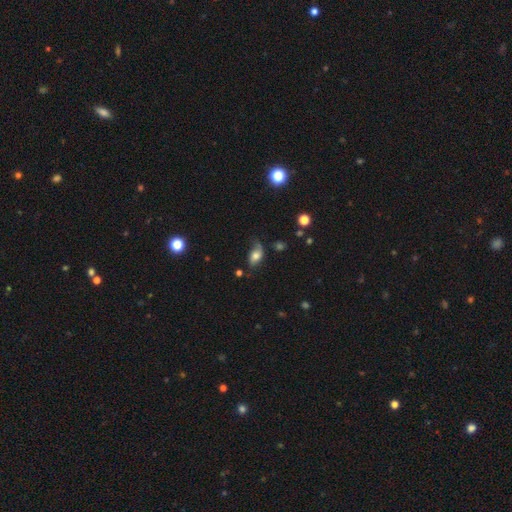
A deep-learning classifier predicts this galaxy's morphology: smooth_or_featured: smooth (p=0.64) [alt: featured or disk p=0.26]
how_rounded: in between (p=0.86) [alt: round p=0.11]
merging: none (p=0.45) [alt: minor disturbance p=0.35]